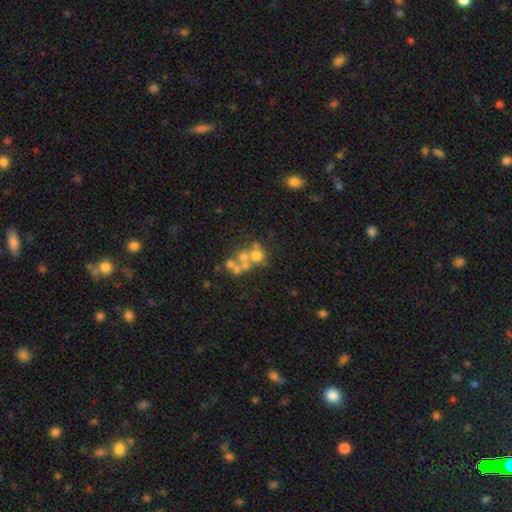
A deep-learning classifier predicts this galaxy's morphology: smooth_or_featured: smooth (p=0.41) [alt: featured or disk p=0.38]
merging: merger (p=0.47) [alt: none p=0.35]